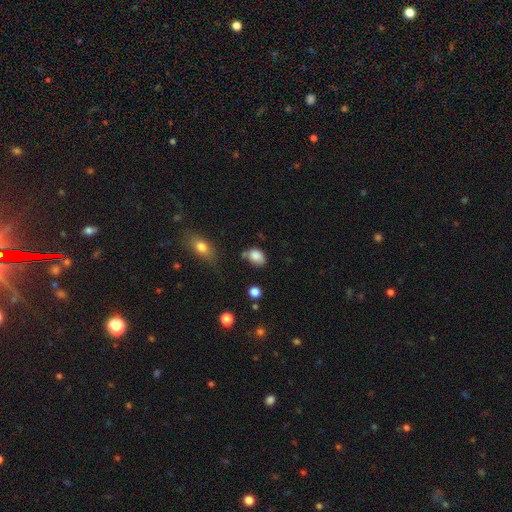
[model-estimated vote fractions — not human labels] Morphology: type=smooth (85%); roundness=in between (75%); merging=none (50%).